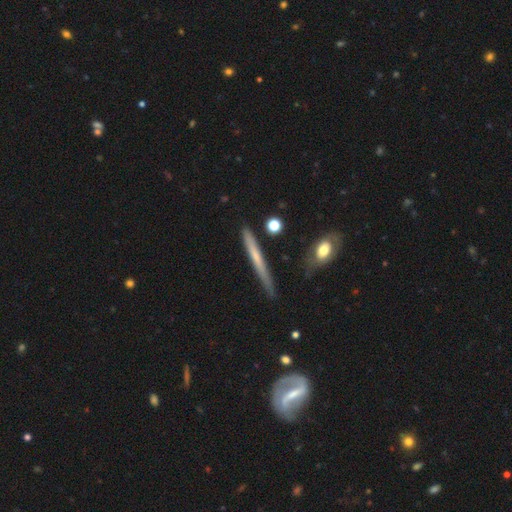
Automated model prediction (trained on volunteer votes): The model was most divided on "smooth or featured": smooth: 50%, featured or disk: 44%, star or artifact: 6%. More confident: how rounded — cigar-shaped (96%); merging — none (82%).